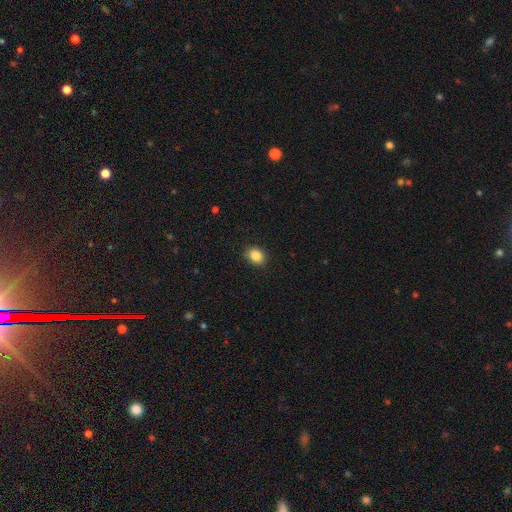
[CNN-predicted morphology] Smooth or featured?
  - smooth: 86% *
  - star or artifact: 10%
  - featured or disk: 4%
How rounded?
  - round: 55% *
  - in between: 44%
  - cigar-shaped: 1%
Merging?
  - none: 88% *
  - minor disturbance: 9%
  - major disturbance: 2%
  - merger: 1%